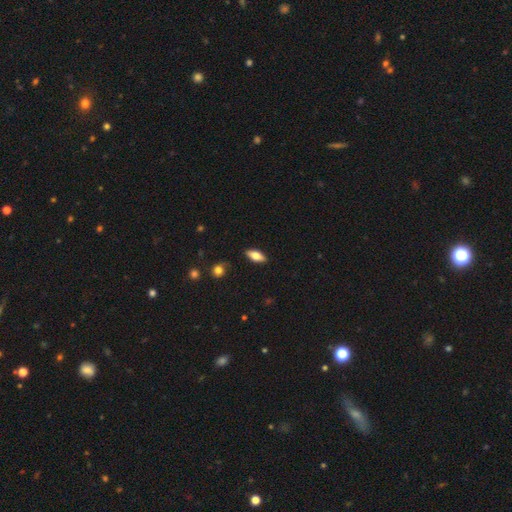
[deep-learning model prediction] Smooth or featured? smooth (68%)
How rounded? in between (79%)
Merging? none (87%)